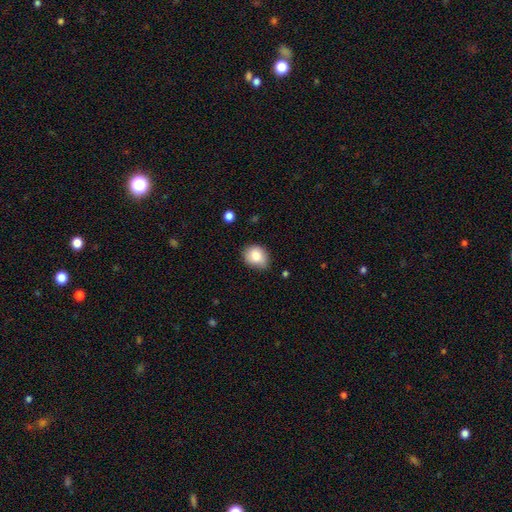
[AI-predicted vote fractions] A smooth galaxy with no disk features (83%) that is round (54%).

Vote fractions:
- Smooth or featured? smooth: 83% / star or artifact: 9% / featured or disk: 9%
- How rounded? round: 54% / in between: 45% / cigar-shaped: 1%
- Merging? none: 71% / minor disturbance: 23% / major disturbance: 4% / merger: 2%